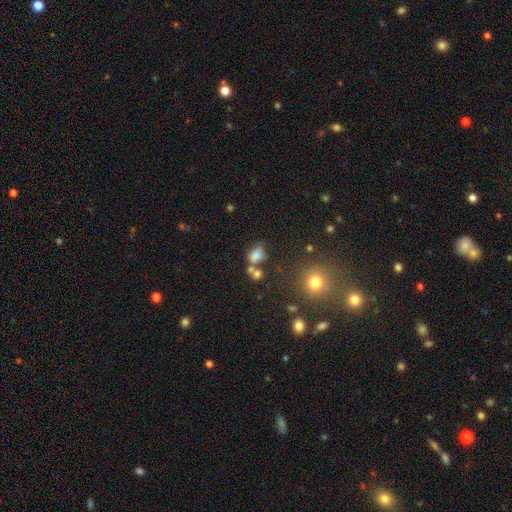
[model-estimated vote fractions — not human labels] Smooth or featured: smooth — 69% (star or artifact — 16%)
How rounded: in between — 69% (round — 29%)
Merging: none — 37% (merger — 35%)